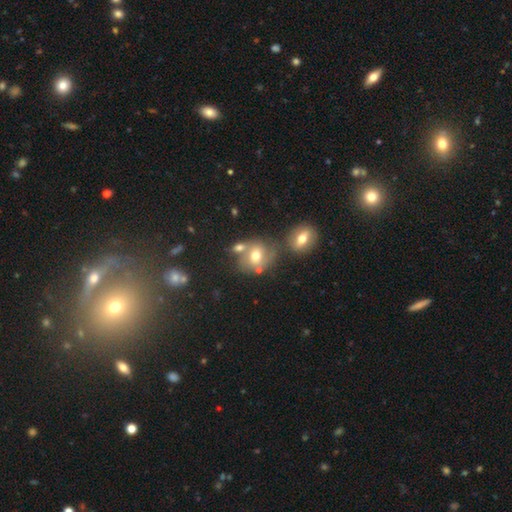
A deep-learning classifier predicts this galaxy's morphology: A smooth galaxy with no disk features (60%) that is round (60%).

Vote fractions:
- Smooth or featured? smooth: 60% / featured or disk: 27% / star or artifact: 13%
- How rounded? round: 60% / in between: 39% / cigar-shaped: 1%
- Merging? none: 46% / merger: 32% / minor disturbance: 15% / major disturbance: 7%